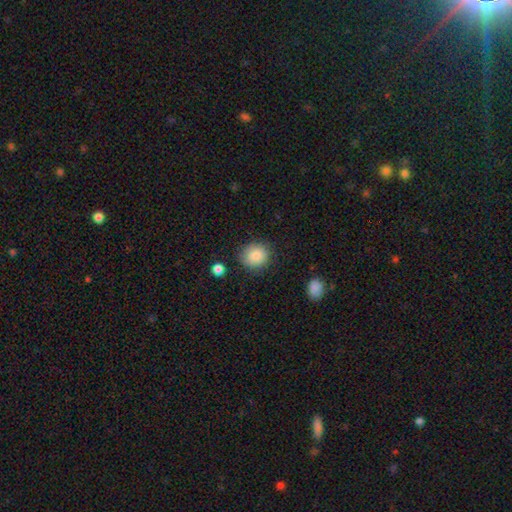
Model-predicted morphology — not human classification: Smooth or featured? Predicted: smooth (p=0.86). How rounded? Predicted: round (p=0.81). Merging? Predicted: none (p=0.84).